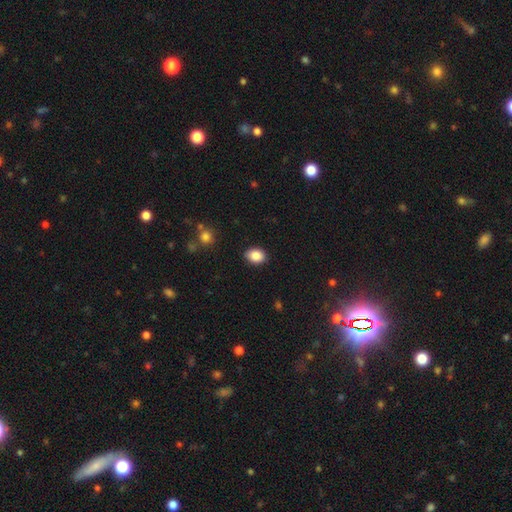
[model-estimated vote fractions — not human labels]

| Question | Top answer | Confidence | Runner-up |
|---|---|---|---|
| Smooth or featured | smooth | 88% | star or artifact (8%) |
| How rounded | in between | 64% | round (35%) |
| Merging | none | 88% | minor disturbance (9%) |